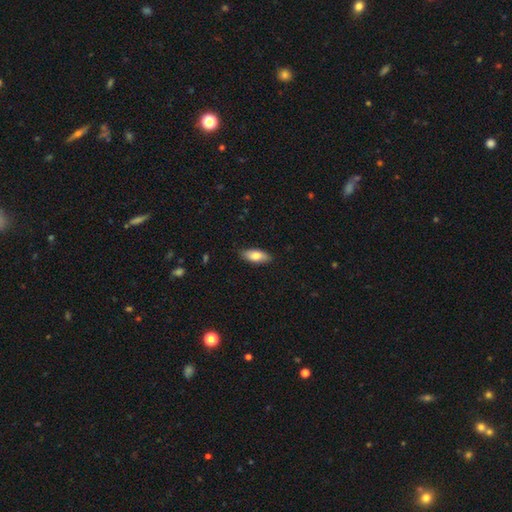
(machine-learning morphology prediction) The model was most divided on "smooth or featured": smooth: 77%, featured or disk: 17%, star or artifact: 6%. More confident: merging — none (87%); how rounded — in between (82%).